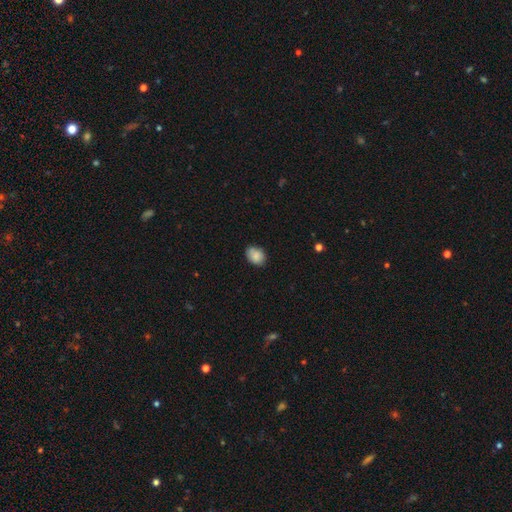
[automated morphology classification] This is clearly a smooth galaxy (85%). How rounded: likely in between (69%). Merging: likely none (77%).